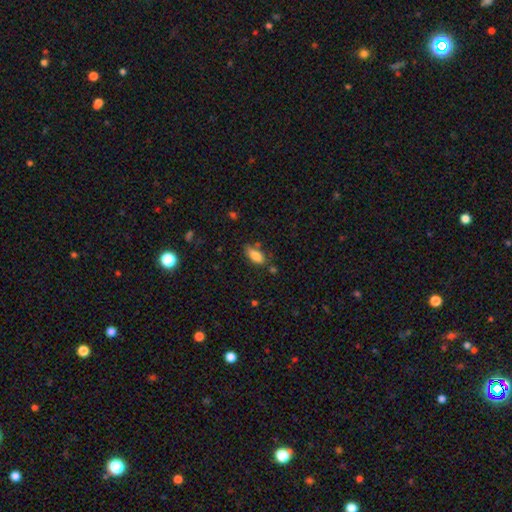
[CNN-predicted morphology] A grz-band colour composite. It shows a smooth galaxy with no disk features (84%) that is in between round and cigar-shaped (86%). Merging: none (63%).